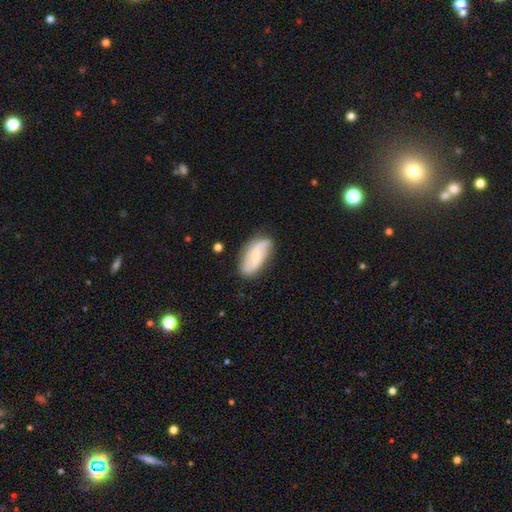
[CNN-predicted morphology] A featured or disk galaxy (66%) with no bar (44%), 2 (82%) loose (52%) spiral arms (90%) and a small central bulge (64%).

Vote fractions:
- Smooth or featured? featured or disk: 66% / smooth: 28% / star or artifact: 6%
- Edge-on disk? no: 93% / yes: 7%
- Bar? no: 44% / weak: 39% / strong: 17%
- Spiral arms? yes: 90% / no: 10%
- Spiral winding? loose: 52% / medium: 32% / tight: 16%
- Spiral arm count? 2: 82% / can't tell: 9% / 1: 3% / 3: 3% / 4: 1% / more than 4: 1%
- Bulge size? small: 64% / moderate: 30% / none: 4% / large: 2% / dominant: 1%
- Merging? none: 75% / minor disturbance: 18% / major disturbance: 5% / merger: 2%